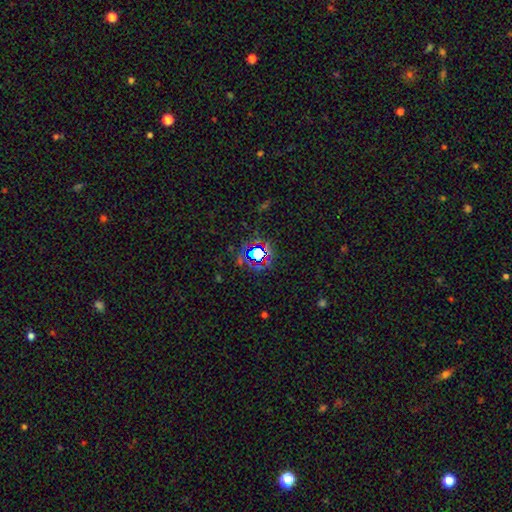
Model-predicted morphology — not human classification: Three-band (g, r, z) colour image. It shows a star or artifact, not a galaxy (71%).